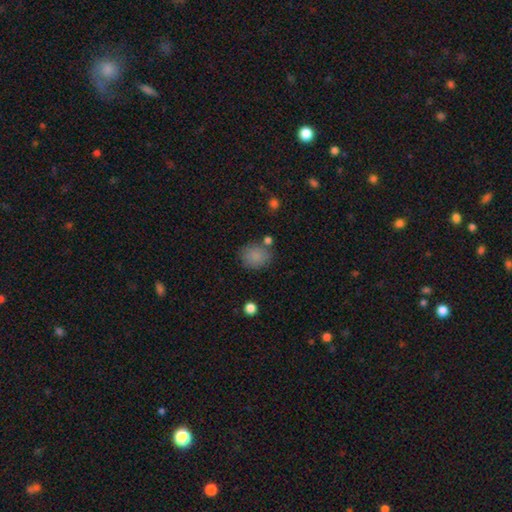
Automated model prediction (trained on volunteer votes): smooth_or_featured: smooth (p=0.84) [alt: star or artifact p=0.10]
how_rounded: round (p=0.66) [alt: in between p=0.33]
merging: none (p=0.72) [alt: minor disturbance p=0.15]